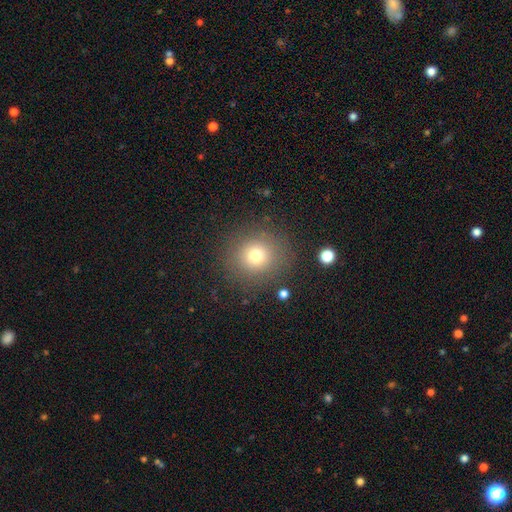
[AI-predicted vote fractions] Overall: smooth (73%). How rounded: round (92%). Merging: none (86%).